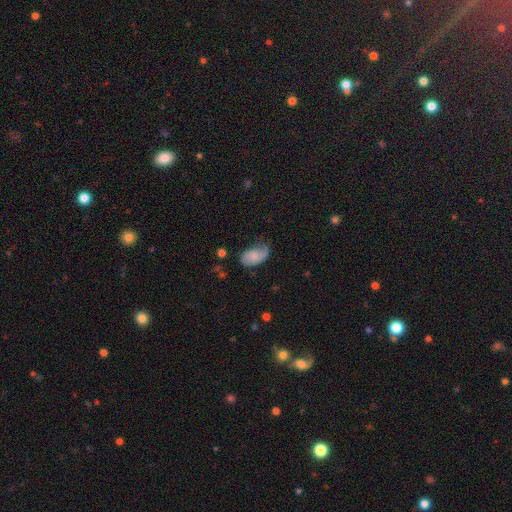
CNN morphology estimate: smooth 64%, featured or disk 28%, star or artifact 8%. Down the decision tree: how rounded — in between (93%); merging — none (46%).